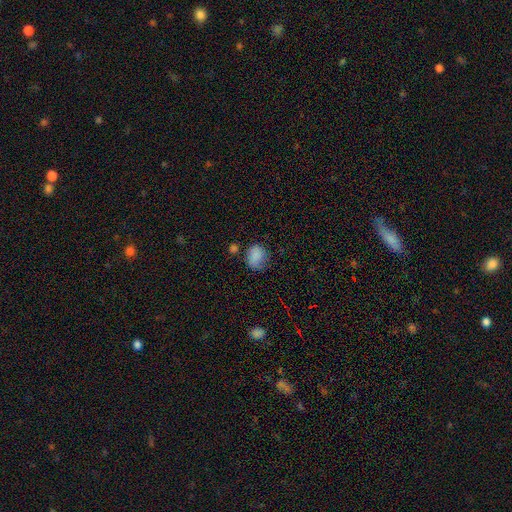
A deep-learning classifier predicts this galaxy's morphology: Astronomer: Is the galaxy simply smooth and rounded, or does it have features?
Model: smooth — 82%.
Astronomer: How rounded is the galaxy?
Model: round — 58% (runner-up: in between, 41%).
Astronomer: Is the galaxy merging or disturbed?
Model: none — 58%.